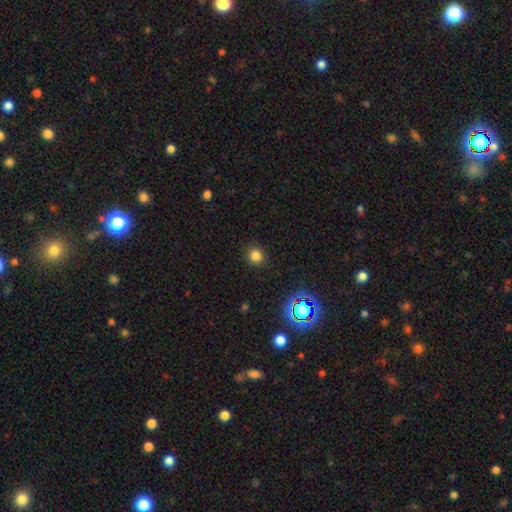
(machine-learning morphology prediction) Smooth or featured? smooth (79%)
How rounded? round (89%)
Merging? none (90%)